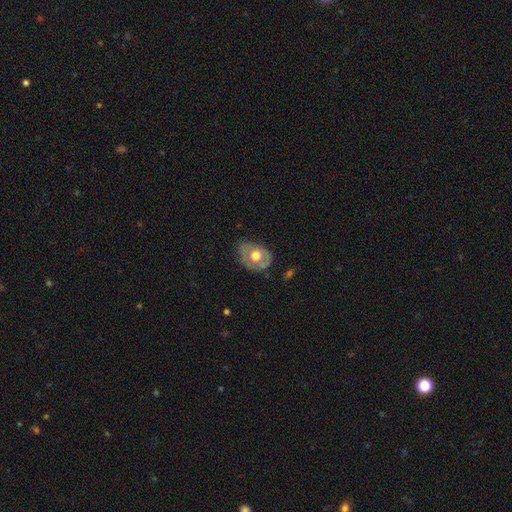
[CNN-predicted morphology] featured or disk 53%, smooth 41%, star or artifact 6%. Down the decision tree: edge-on disk — no (93%); merging — none (57%).